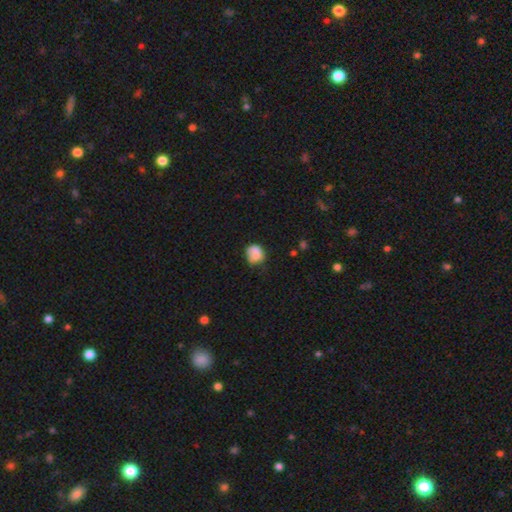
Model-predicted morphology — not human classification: This appears to be a smooth galaxy with no disk features (77%) that is round (68%). Merging: none (53%).